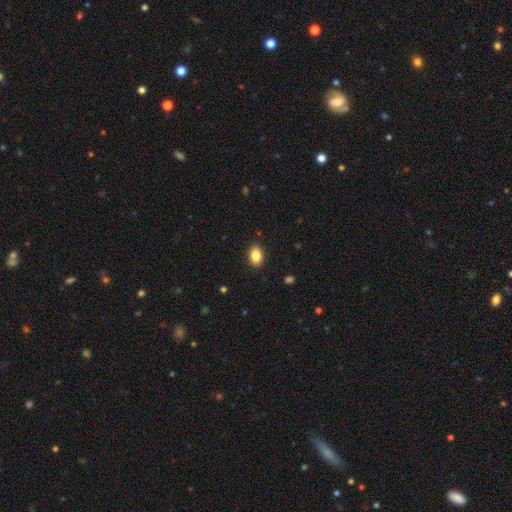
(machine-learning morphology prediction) This appears to be a smooth galaxy with no disk features (86%) that is in between round and cigar-shaped (80%). Merging: none (89%).